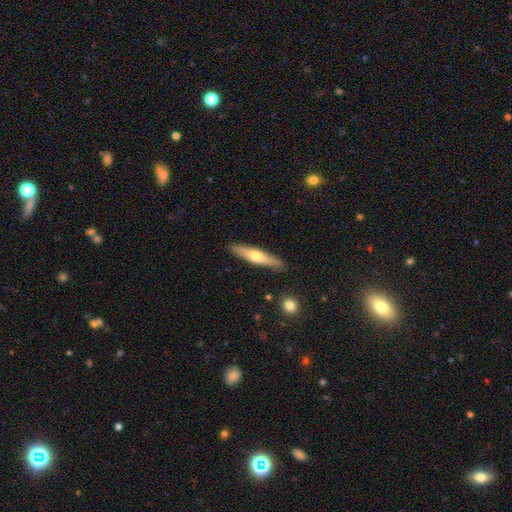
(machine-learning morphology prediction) smooth_or_featured: smooth (p=0.50) [alt: featured or disk p=0.45]
merging: none (p=0.88) [alt: minor disturbance p=0.08]